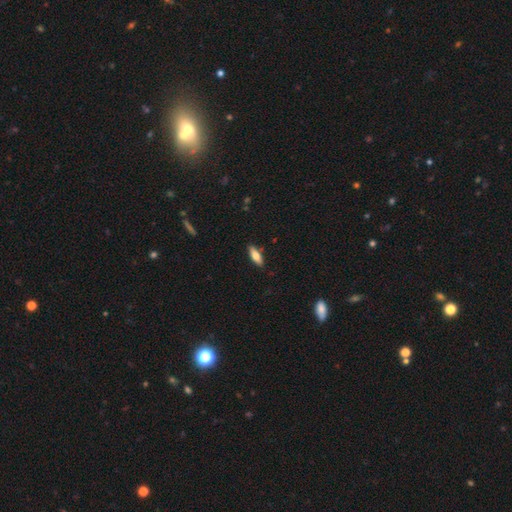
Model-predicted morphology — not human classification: Q: Smooth or featured?
A: smooth (69%); runner-up: featured or disk (25%)
Q: How rounded?
A: in between (60%); runner-up: cigar-shaped (38%)
Q: Merging?
A: none (88%); runner-up: minor disturbance (9%)